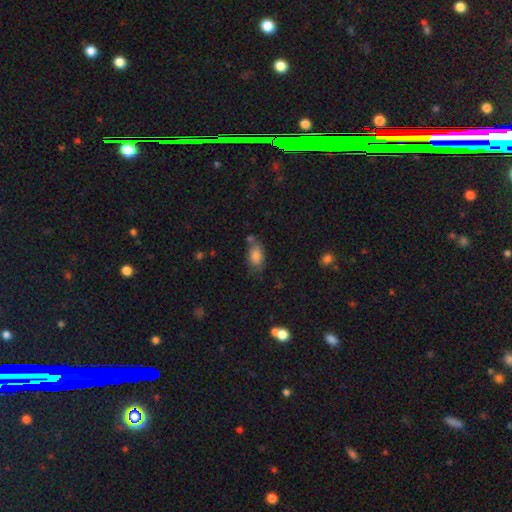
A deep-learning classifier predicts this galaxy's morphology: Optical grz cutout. It shows a smooth galaxy with no disk features (83%) that is in between round and cigar-shaped (89%). Merging: none (62%).